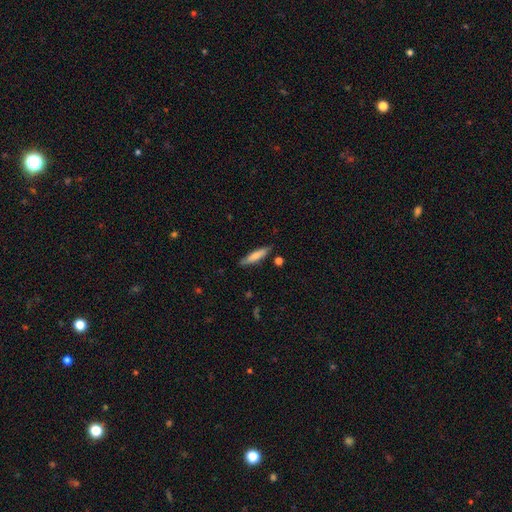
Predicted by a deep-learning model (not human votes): Overall: smooth (70%). How rounded: cigar-shaped (81%). Merging: none (81%).